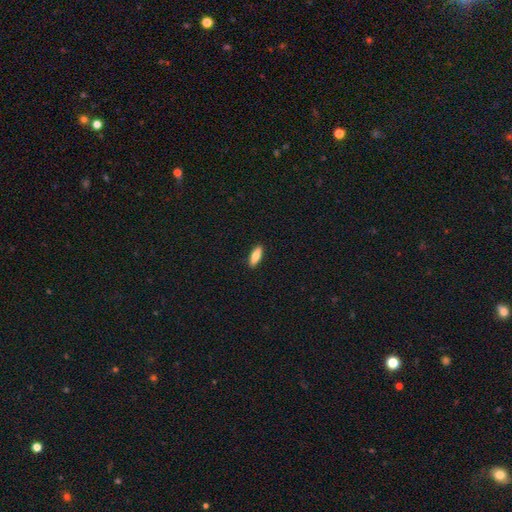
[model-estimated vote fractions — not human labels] smooth_or_featured: smooth (p=0.77) [alt: featured or disk p=0.17]
how_rounded: in between (p=0.62) [alt: cigar-shaped p=0.36]
merging: none (p=0.91) [alt: minor disturbance p=0.07]